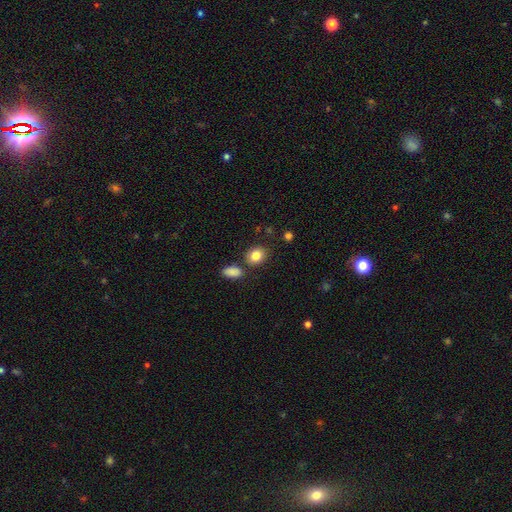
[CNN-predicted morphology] Q: Smooth or featured?
A: smooth (84%); runner-up: star or artifact (9%)
Q: How rounded?
A: round (53%); runner-up: in between (46%)
Q: Merging?
A: none (79%); runner-up: minor disturbance (11%)